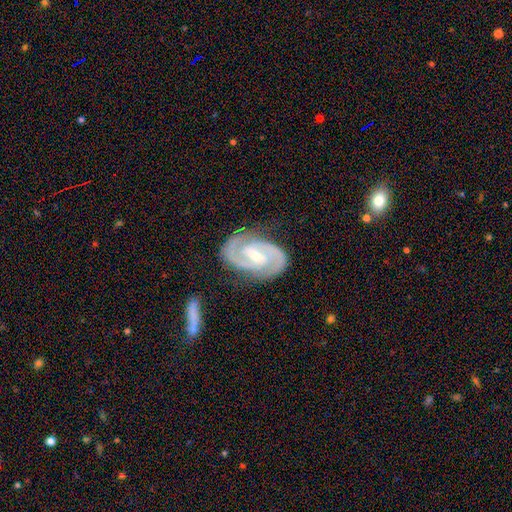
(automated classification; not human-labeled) A featured or disk galaxy (91%) with a weak bar (48%), 2 (91%) tight (49%) spiral arms (98%) and a small central bulge (57%). Merging: none (80%).